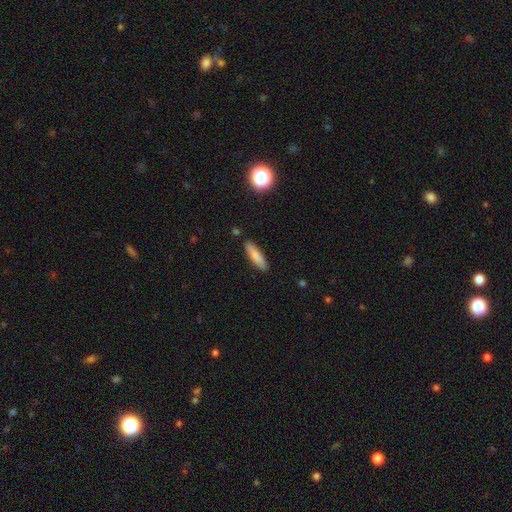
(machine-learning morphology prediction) Smooth or featured? Predicted: smooth (p=0.81). How rounded? Predicted: cigar-shaped (p=0.73). Merging? Predicted: none (p=0.86).